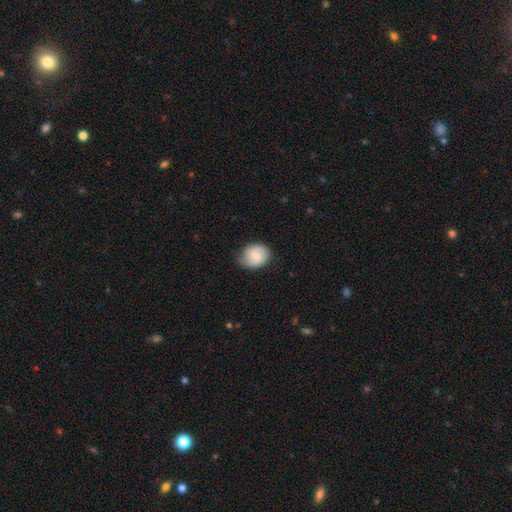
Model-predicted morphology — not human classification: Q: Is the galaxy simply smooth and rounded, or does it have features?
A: smooth — 70%.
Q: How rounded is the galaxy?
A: round — 51%.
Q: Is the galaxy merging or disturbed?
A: none — 72%.